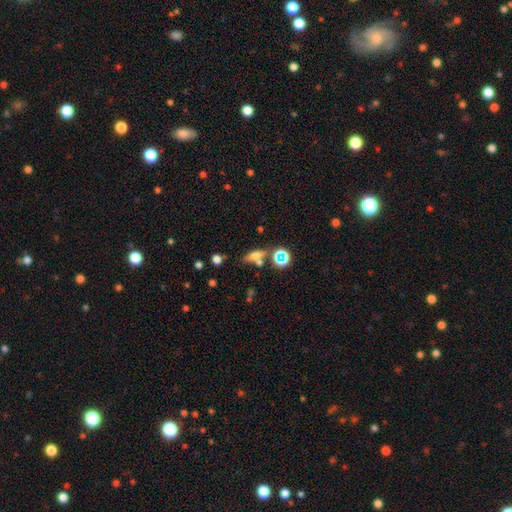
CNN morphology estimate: smooth_or_featured: smooth (p=0.57) [alt: featured or disk p=0.24]
how_rounded: in between (p=0.51) [alt: cigar-shaped p=0.38]
merging: none (p=0.60) [alt: merger p=0.20]